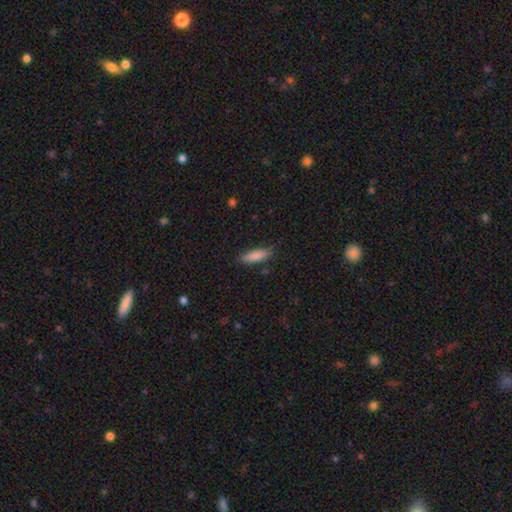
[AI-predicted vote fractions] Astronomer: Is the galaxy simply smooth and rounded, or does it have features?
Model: smooth — 86%.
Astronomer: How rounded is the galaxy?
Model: cigar-shaped — 53% (runner-up: in between, 45%).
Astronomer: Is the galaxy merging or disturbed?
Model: none — 80%.